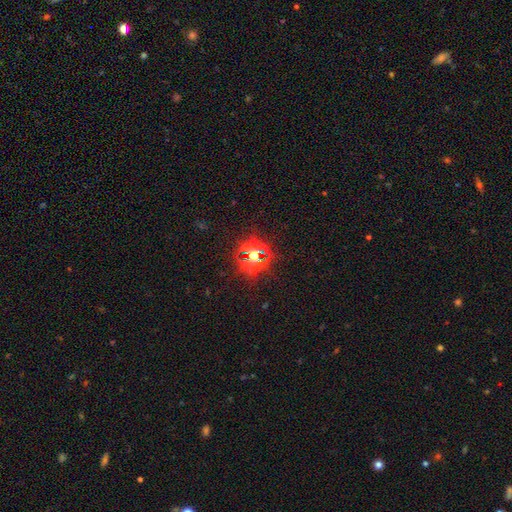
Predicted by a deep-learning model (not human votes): Smooth or featured? Predicted: star or artifact (p=0.71).